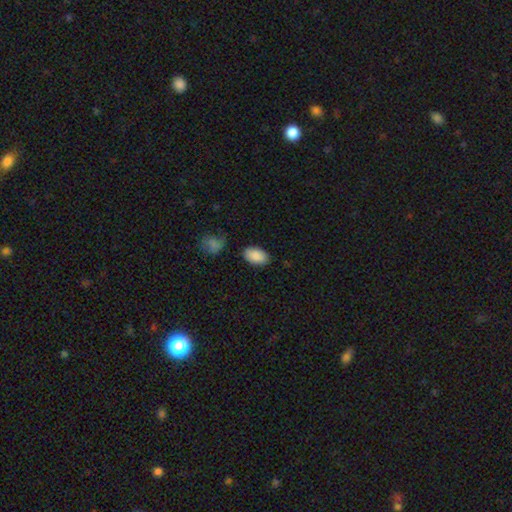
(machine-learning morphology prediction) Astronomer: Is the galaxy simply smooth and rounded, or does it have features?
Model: smooth — 89%.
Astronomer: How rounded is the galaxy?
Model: in between — 93%.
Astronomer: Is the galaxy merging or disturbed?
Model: none — 84%.